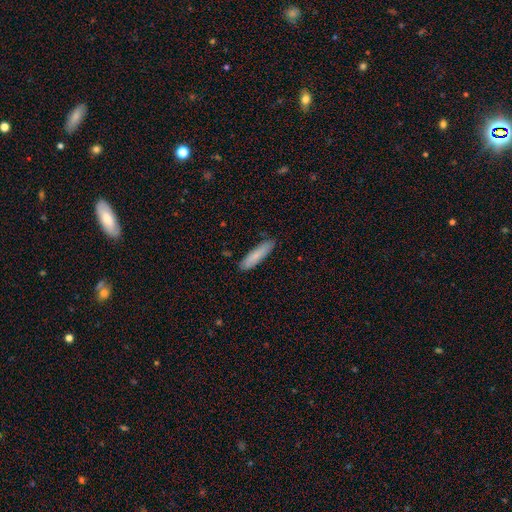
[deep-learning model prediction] Smooth or featured? smooth (81%)
How rounded? cigar-shaped (78%)
Merging? none (85%)